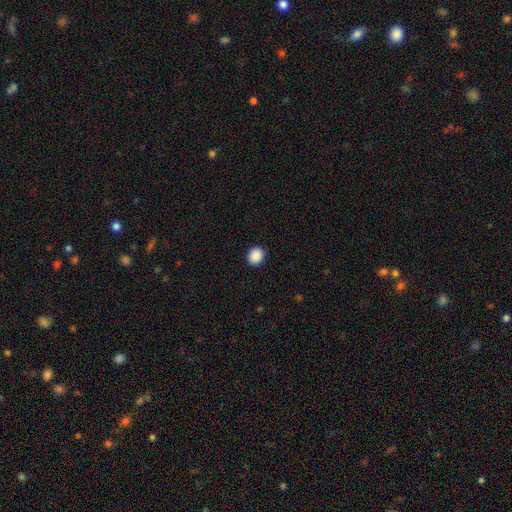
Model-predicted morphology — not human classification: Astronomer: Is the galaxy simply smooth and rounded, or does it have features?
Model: smooth — 89%.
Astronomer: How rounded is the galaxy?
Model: round — 82%.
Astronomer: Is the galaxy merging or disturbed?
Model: none — 91%.